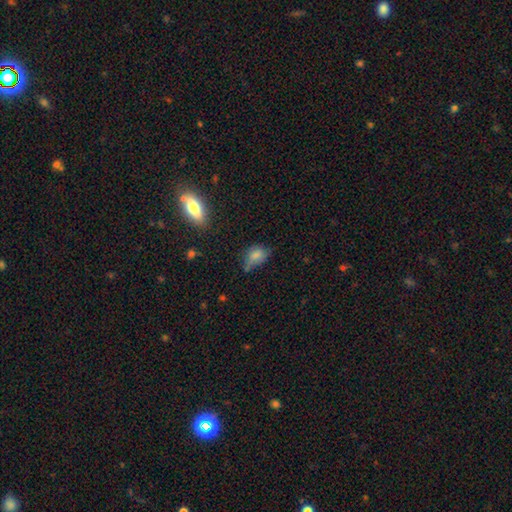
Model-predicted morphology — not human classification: Smooth or featured? smooth (74%)
How rounded? in between (79%)
Merging? none (42%)